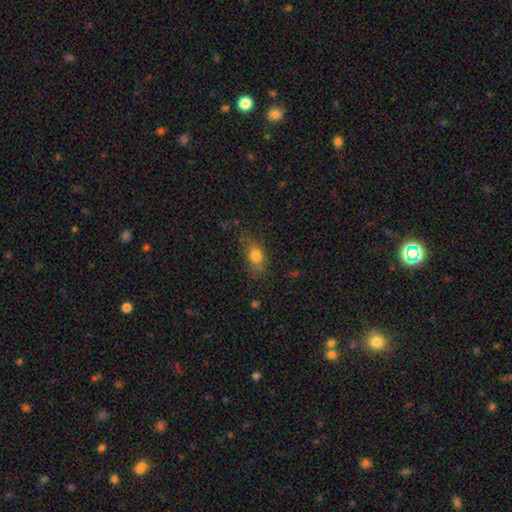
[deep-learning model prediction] smooth-or-featured: smooth: 76% | featured or disk: 12% | star or artifact: 11%
  how-rounded: in between: 73% | round: 21% | cigar-shaped: 6%
  merging: none: 60% | minor disturbance: 26% | major disturbance: 11% | merger: 2%